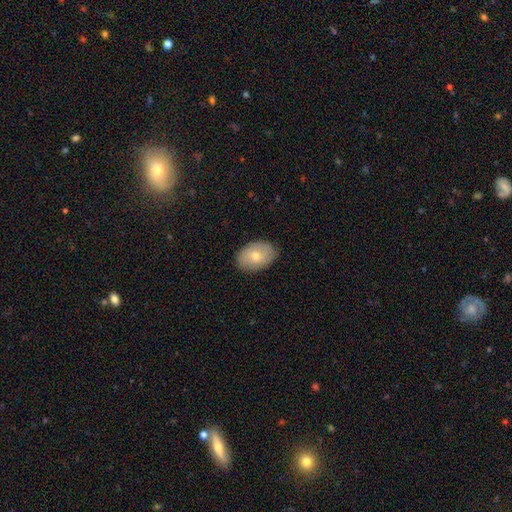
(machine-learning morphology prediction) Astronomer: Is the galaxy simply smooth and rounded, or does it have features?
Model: smooth — 72%.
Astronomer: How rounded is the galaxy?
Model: in between — 87%.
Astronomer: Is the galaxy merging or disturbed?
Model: none — 85%.